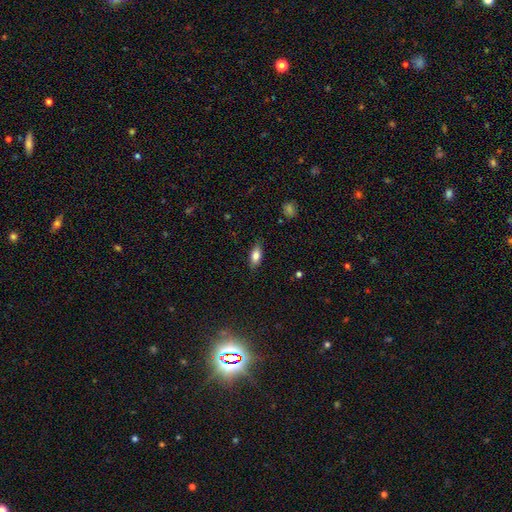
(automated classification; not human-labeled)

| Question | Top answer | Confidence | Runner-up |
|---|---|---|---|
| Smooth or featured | smooth | 78% | featured or disk (15%) |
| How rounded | in between | 82% | cigar-shaped (14%) |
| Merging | none | 84% | minor disturbance (12%) |